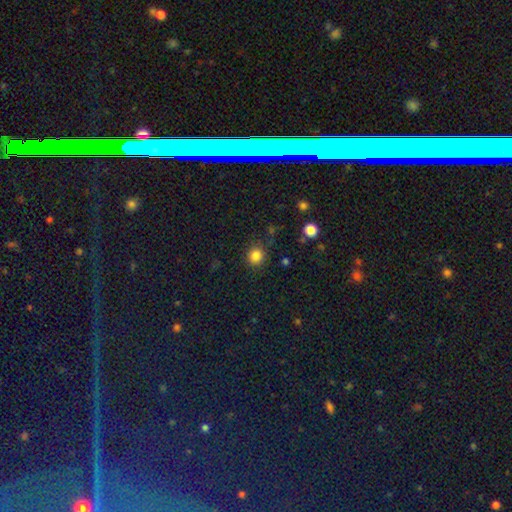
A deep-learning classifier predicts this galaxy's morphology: smooth_or_featured: smooth (p=0.84) [alt: star or artifact p=0.12]
how_rounded: round (p=0.89) [alt: in between p=0.10]
merging: none (p=0.85) [alt: minor disturbance p=0.09]